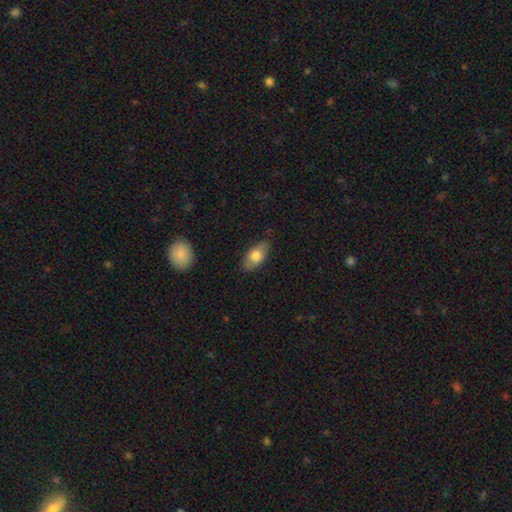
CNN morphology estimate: Overall: smooth (74%). How rounded: in between (90%). Merging: none (80%).